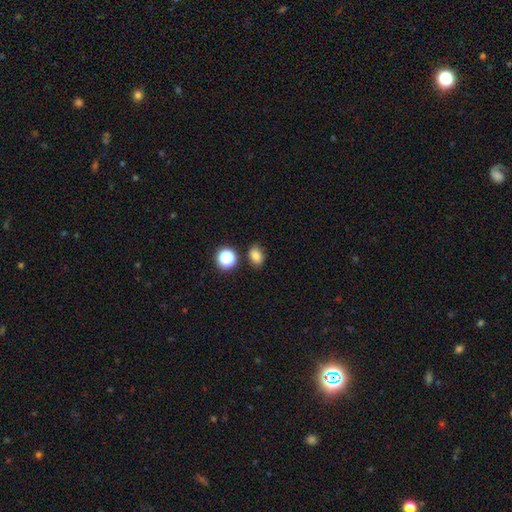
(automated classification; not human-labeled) The model was most divided on "how rounded": in between: 71%, round: 28%, cigar-shaped: 1%. More confident: merging — none (79%); smooth or featured — smooth (78%).